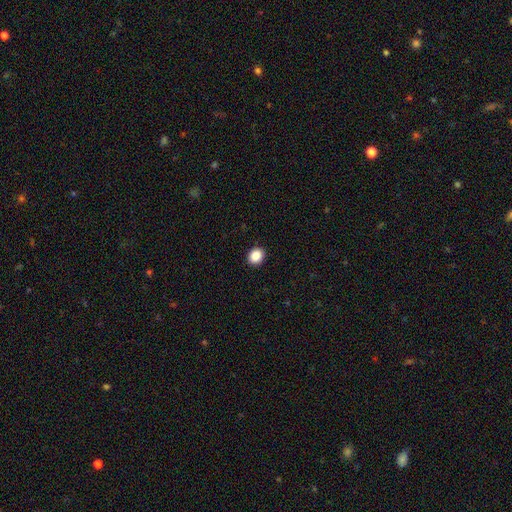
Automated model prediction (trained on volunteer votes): Morphology: type=smooth (88%); roundness=round (70%); merging=none (92%).